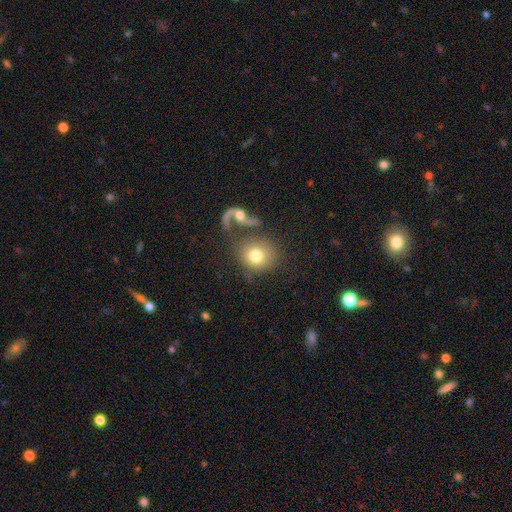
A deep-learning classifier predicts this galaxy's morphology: smooth-or-featured: smooth: 71% | featured or disk: 21% | star or artifact: 8%
  how-rounded: round: 81% | in between: 18% | cigar-shaped: 1%
  merging: none: 54% | merger: 25% | minor disturbance: 11% | major disturbance: 10%